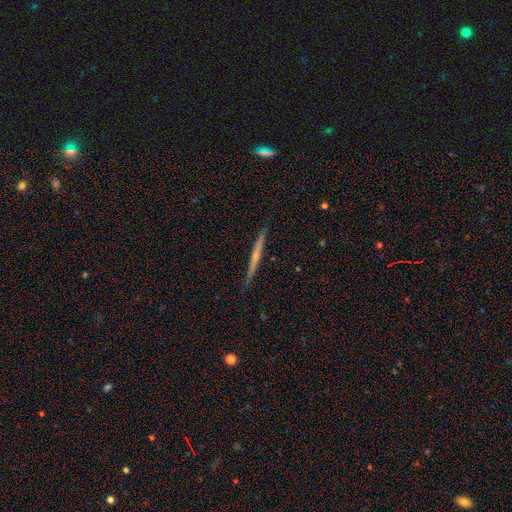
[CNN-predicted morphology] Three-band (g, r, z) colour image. It shows a featured or disk galaxy (64%) viewed edge-on (98%) with no central bulge (49%). Merging: none (88%).